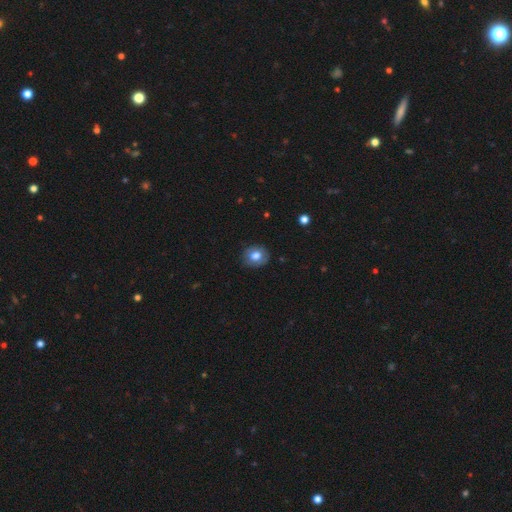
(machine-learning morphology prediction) This is likely a smooth galaxy (73%). How rounded: possibly round (59%). Merging: clearly none (82%).